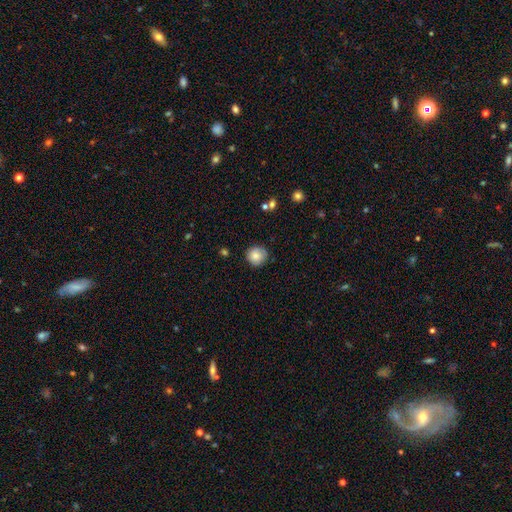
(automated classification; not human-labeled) Smooth or featured: smooth — 84% (star or artifact — 8%)
How rounded: round — 92% (in between — 7%)
Merging: none — 84% (minor disturbance — 13%)